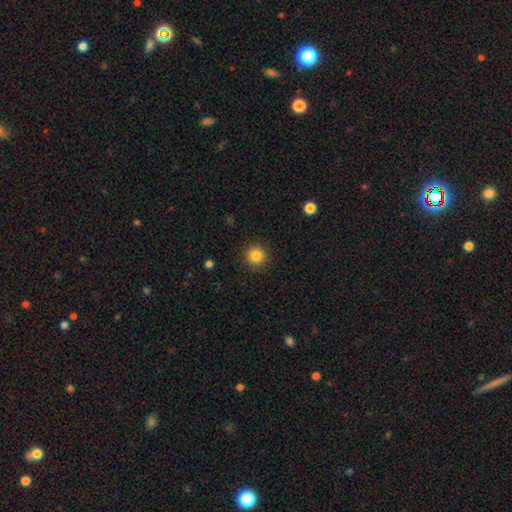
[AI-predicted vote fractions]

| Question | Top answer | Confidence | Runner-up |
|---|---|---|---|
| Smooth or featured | smooth | 85% | star or artifact (11%) |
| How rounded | round | 94% | in between (5%) |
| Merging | none | 90% | minor disturbance (7%) |